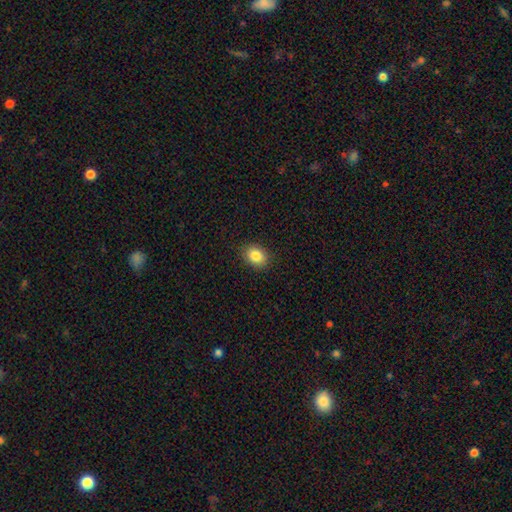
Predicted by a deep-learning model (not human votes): This is clearly a smooth galaxy (85%). How rounded: possibly in between (55%). Merging: clearly none (88%).